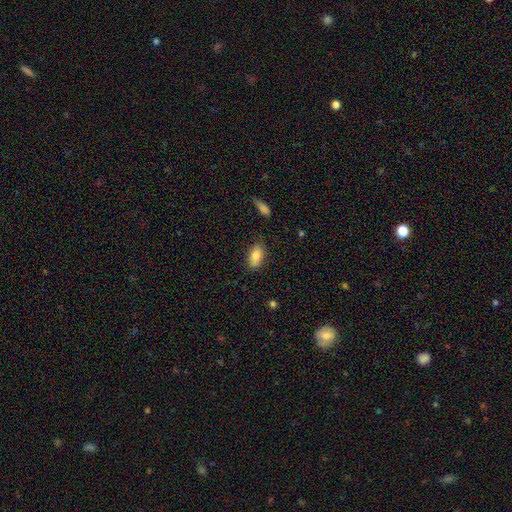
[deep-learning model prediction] This is clearly a smooth galaxy (83%). How rounded: clearly in between (90%). Merging: likely none (80%).